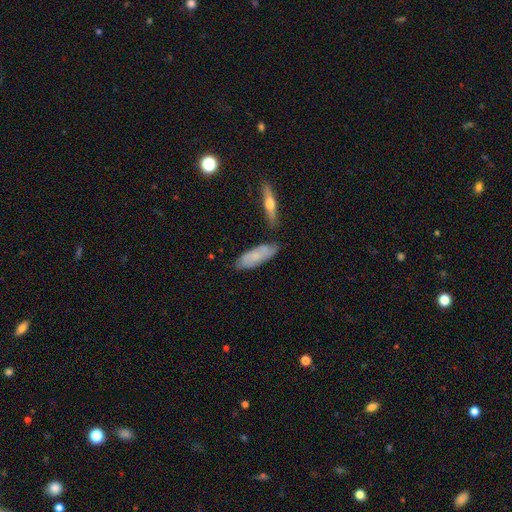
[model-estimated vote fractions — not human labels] The model was most divided on "how rounded": in between: 63%, cigar-shaped: 35%, round: 2%. More confident: merging — none (67%); smooth or featured — smooth (61%).